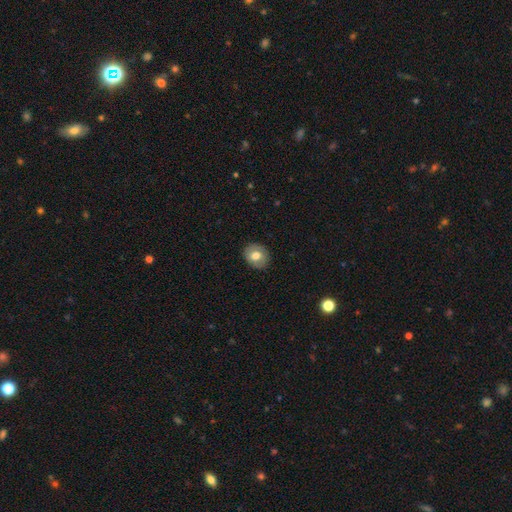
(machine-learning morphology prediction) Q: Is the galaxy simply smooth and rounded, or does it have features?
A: smooth — 70%.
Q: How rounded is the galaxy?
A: round — 65%.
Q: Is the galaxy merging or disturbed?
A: none — 87%.